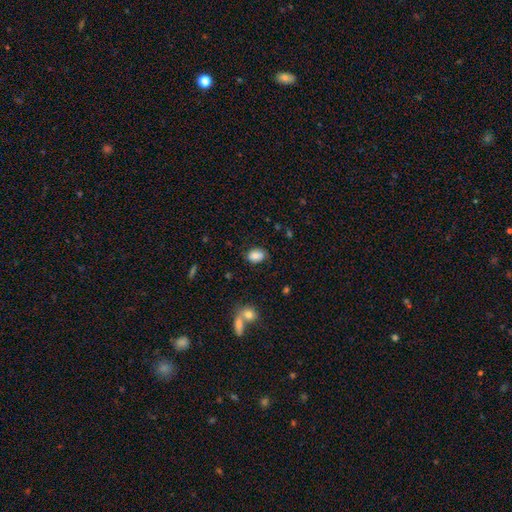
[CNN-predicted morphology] smooth 80%, featured or disk 11%, star or artifact 9%. Down the decision tree: how rounded — in between (75%); merging — none (70%).